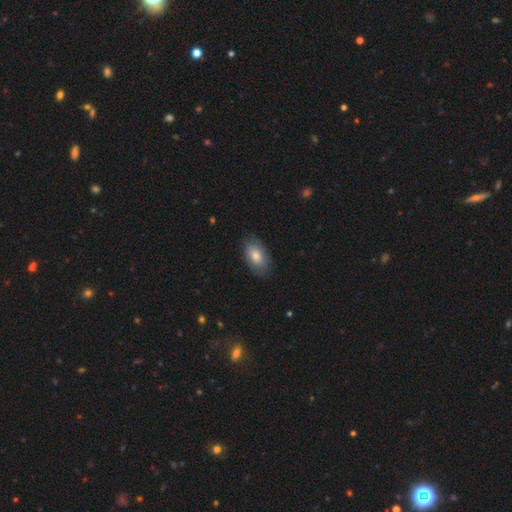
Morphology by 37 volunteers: This is clearly a smooth galaxy (86%). How rounded: clearly in between (84%). Merging: clearly none (86%).